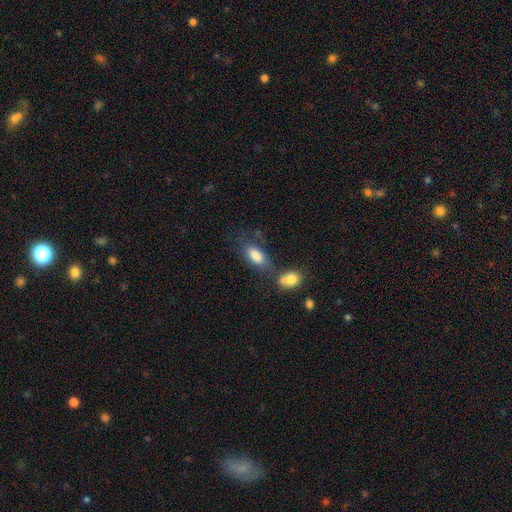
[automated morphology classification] Smooth or featured?
  - smooth: 82% *
  - featured or disk: 11%
  - star or artifact: 8%
How rounded?
  - in between: 88% *
  - cigar-shaped: 8%
  - round: 5%
Merging?
  - none: 49% *
  - merger: 24%
  - minor disturbance: 18%
  - major disturbance: 8%